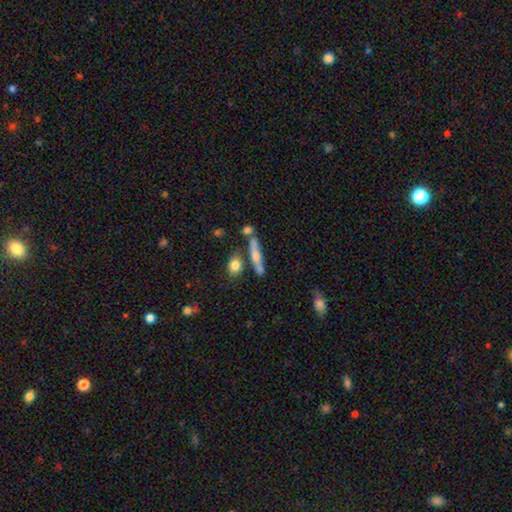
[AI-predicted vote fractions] Smooth or featured? Predicted: smooth (p=0.47). Merging? Predicted: none (p=0.68).